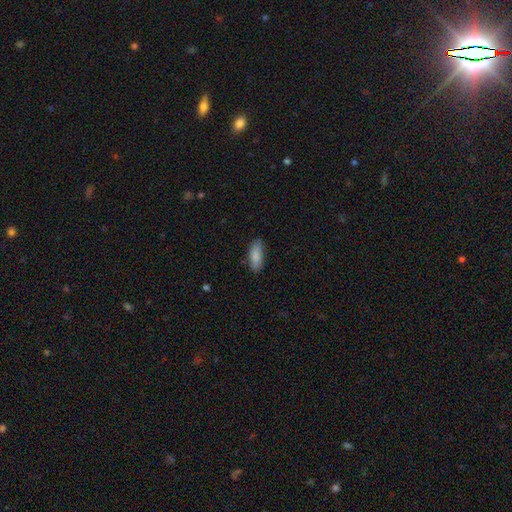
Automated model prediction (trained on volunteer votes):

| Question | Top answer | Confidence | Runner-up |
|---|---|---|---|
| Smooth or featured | smooth | 87% | featured or disk (7%) |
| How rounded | in between | 78% | cigar-shaped (21%) |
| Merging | none | 84% | minor disturbance (13%) |